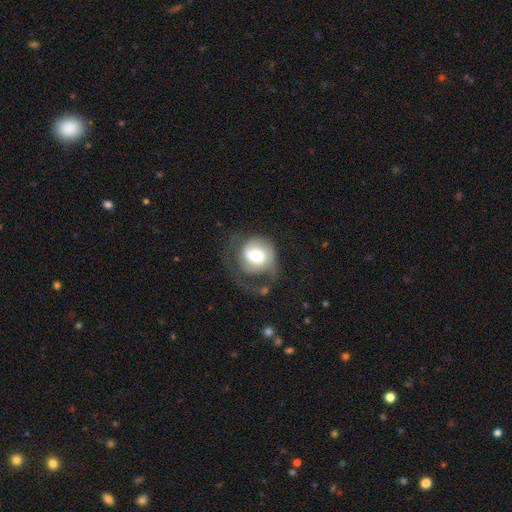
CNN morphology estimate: smooth-or-featured: featured or disk: 56% | smooth: 37% | star or artifact: 7%
  disk-edge-on: no: 97% | yes: 3%
    bar: no: 48% | weak: 40% | strong: 13%
    has-spiral-arms: yes: 77% | no: 23%
    bulge-size: moderate: 60% | small: 19% | large: 17% | dominant: 2% | none: 1%
  merging: none: 39% | major disturbance: 37% | minor disturbance: 20% | merger: 3%